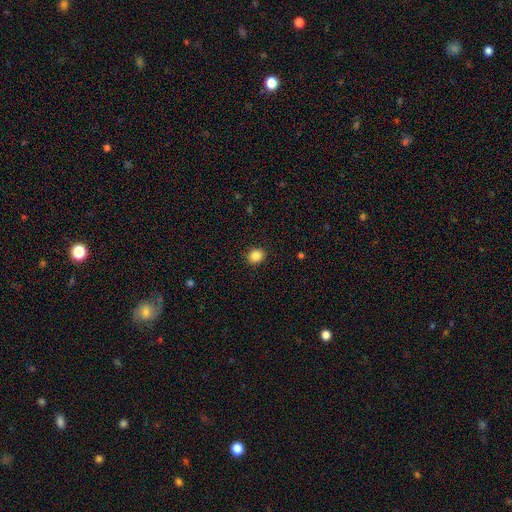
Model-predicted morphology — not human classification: smooth-or-featured: smooth: 86% | star or artifact: 10% | featured or disk: 4%
  how-rounded: round: 74% | in between: 26% | cigar-shaped: 1%
  merging: none: 91% | minor disturbance: 6% | major disturbance: 2% | merger: 1%